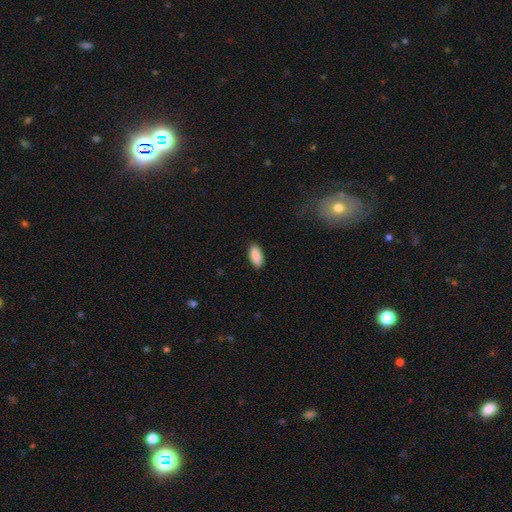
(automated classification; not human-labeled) Overall: smooth (89%). How rounded: in between (93%). Merging: none (88%).